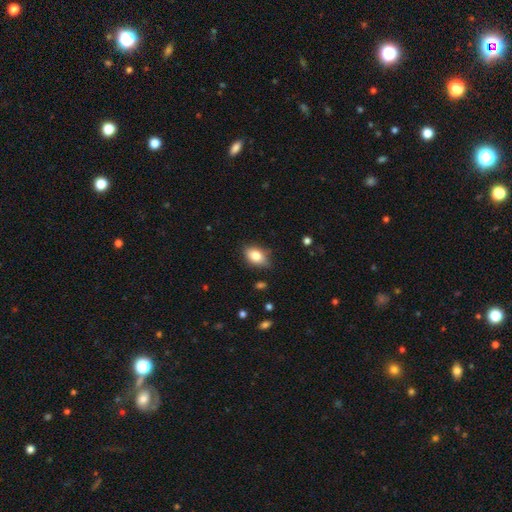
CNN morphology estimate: Q: Smooth or featured?
A: smooth (82%); runner-up: featured or disk (10%)
Q: How rounded?
A: in between (85%); runner-up: round (14%)
Q: Merging?
A: none (78%); runner-up: minor disturbance (17%)